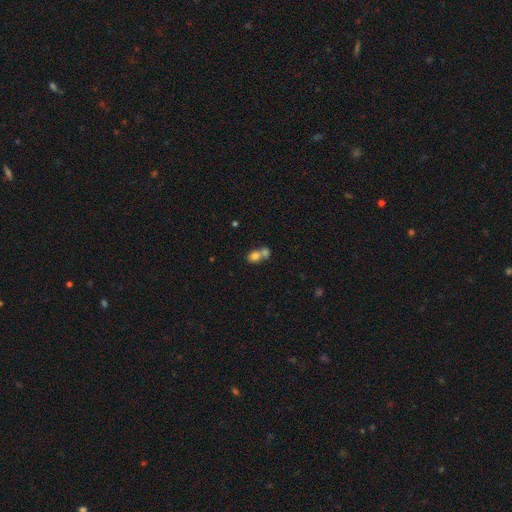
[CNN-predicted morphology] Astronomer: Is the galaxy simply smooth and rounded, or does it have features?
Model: smooth — 78%.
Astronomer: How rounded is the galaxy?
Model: in between — 50% (runner-up: round, 49%).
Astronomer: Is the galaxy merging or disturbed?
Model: merger — 65%.